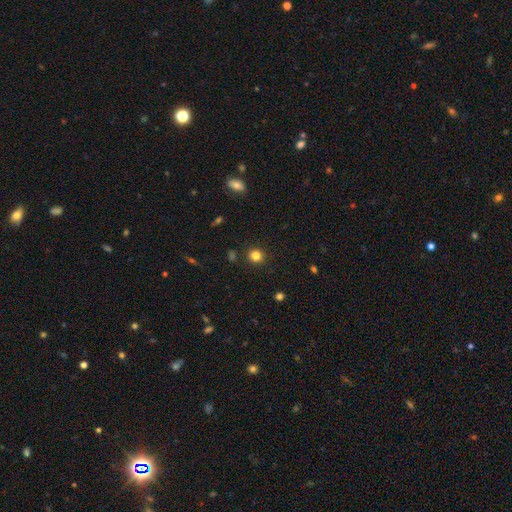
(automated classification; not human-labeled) Smooth or featured?
  - smooth: 82% *
  - star or artifact: 14%
  - featured or disk: 5%
How rounded?
  - round: 88% *
  - in between: 11%
  - cigar-shaped: 1%
Merging?
  - none: 91% *
  - minor disturbance: 6%
  - major disturbance: 2%
  - merger: 2%